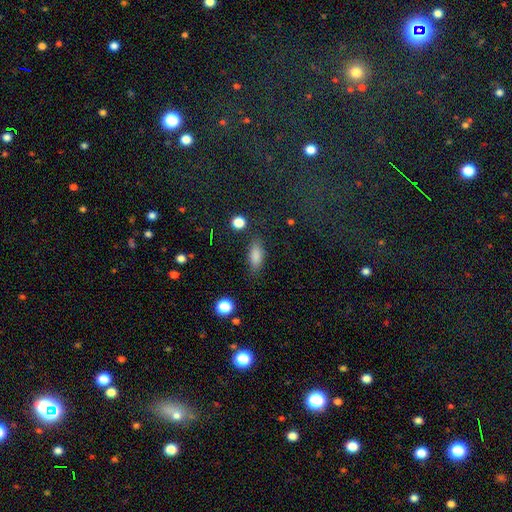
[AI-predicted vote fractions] A smooth galaxy with no disk features (84%) that is in between round and cigar-shaped (80%).

Vote fractions:
- Smooth or featured? smooth: 84% / star or artifact: 9% / featured or disk: 7%
- How rounded? in between: 80% / cigar-shaped: 16% / round: 4%
- Merging? none: 81% / minor disturbance: 13% / major disturbance: 4% / merger: 2%